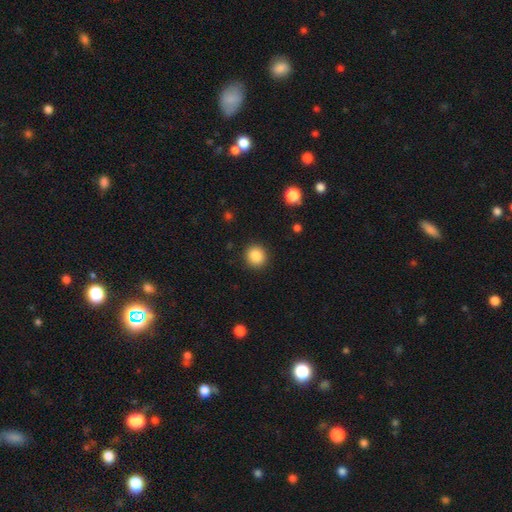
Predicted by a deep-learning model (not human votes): Smooth or featured? Predicted: smooth (p=0.87). How rounded? Predicted: round (p=0.90). Merging? Predicted: none (p=0.91).